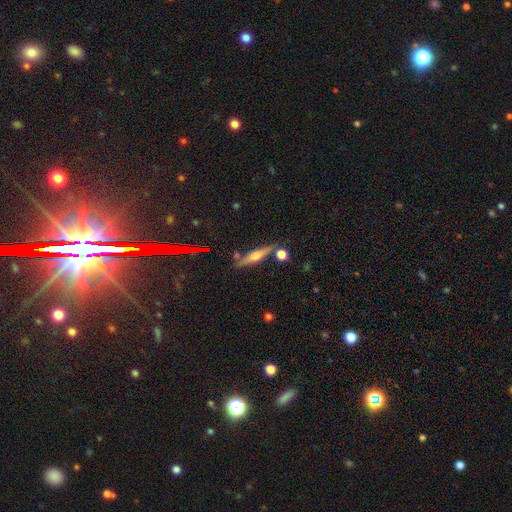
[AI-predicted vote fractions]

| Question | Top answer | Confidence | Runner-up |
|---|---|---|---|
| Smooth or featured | featured or disk | 55% | smooth (34%) |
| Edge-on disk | yes | 94% | no (6%) |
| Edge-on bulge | rounded | 81% | boxy (11%) |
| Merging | none | 78% | minor disturbance (11%) |